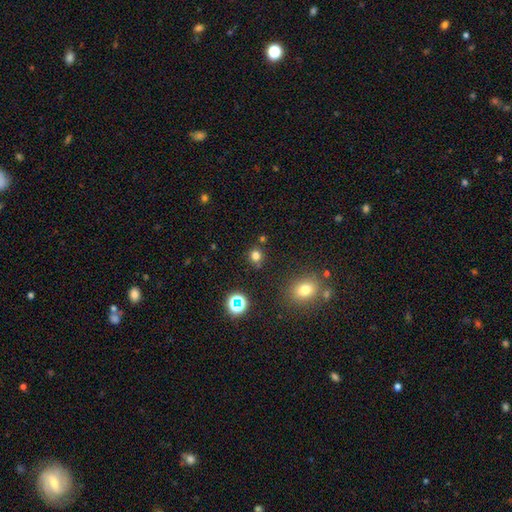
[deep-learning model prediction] This is likely a smooth galaxy (74%). How rounded: clearly round (87%). Merging: clearly none (82%).